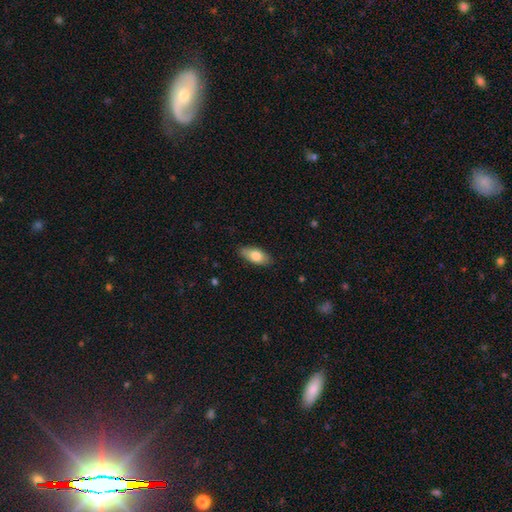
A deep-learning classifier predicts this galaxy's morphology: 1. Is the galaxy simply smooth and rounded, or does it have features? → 78% smooth, 16% featured or disk, 6% star or artifact.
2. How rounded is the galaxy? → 87% in between, 10% cigar-shaped, 3% round.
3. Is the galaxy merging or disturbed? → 85% none, 12% minor disturbance, 2% major disturbance, 1% merger.